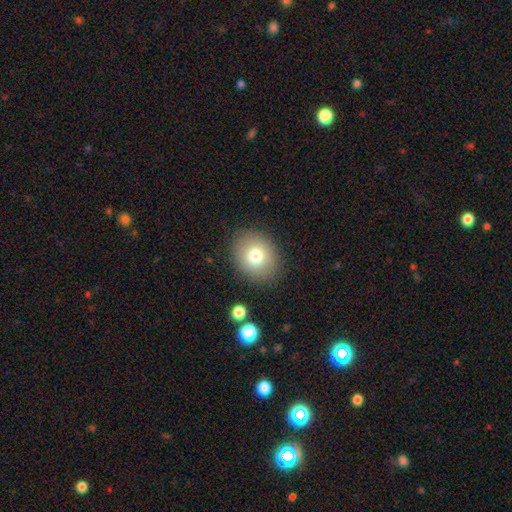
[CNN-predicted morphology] Smooth or featured? Predicted: smooth (p=0.77). How rounded? Predicted: round (p=0.58). Merging? Predicted: none (p=0.85).